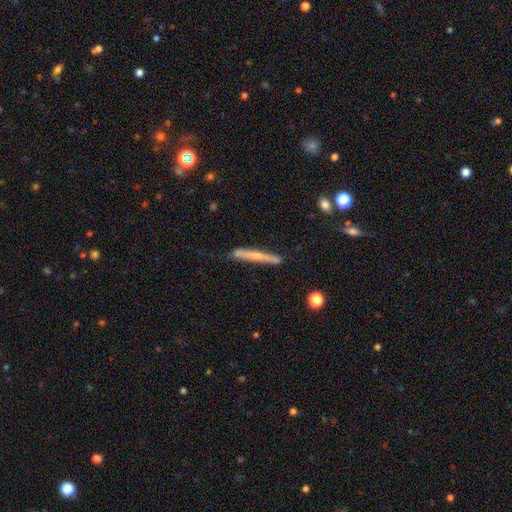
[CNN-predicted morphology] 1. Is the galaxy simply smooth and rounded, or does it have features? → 48% featured or disk, 45% smooth, 7% star or artifact.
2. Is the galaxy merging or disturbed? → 80% none, 15% minor disturbance, 3% major disturbance, 2% merger.